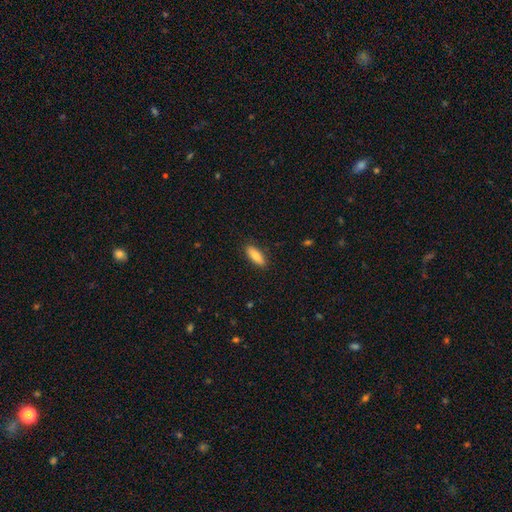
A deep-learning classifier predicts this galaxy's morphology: smooth_or_featured: smooth (p=0.84) [alt: featured or disk p=0.10]
how_rounded: in between (p=0.70) [alt: cigar-shaped p=0.28]
merging: none (p=0.87) [alt: minor disturbance p=0.10]